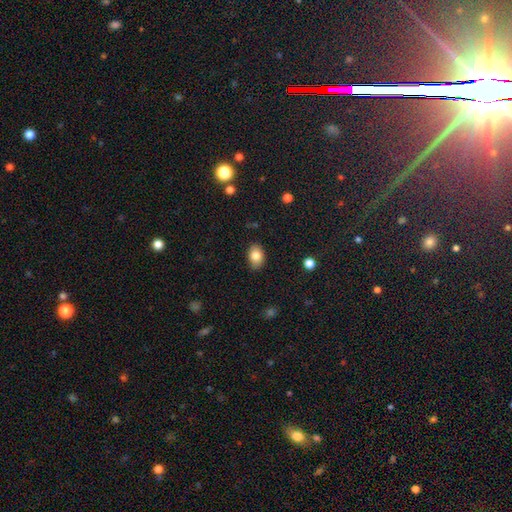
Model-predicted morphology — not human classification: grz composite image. It shows a smooth galaxy with no disk features (82%) that is in between round and cigar-shaped (83%). Merging: none (84%).